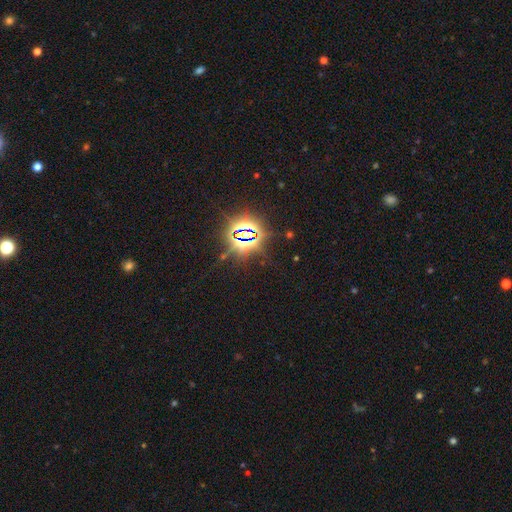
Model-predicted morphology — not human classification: A star or artifact, not a galaxy (84%).

Vote fractions:
- Smooth or featured? star or artifact: 84% / smooth: 9% / featured or disk: 7%